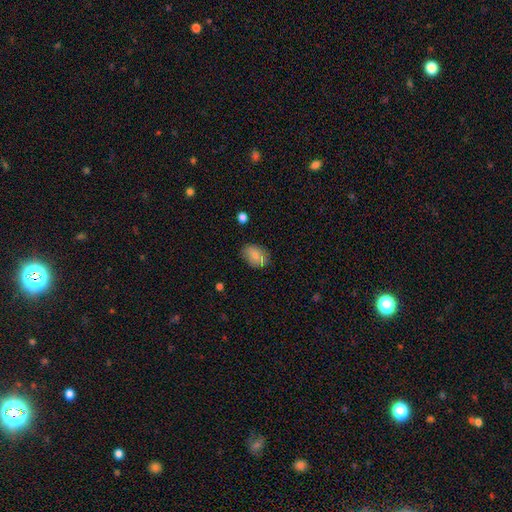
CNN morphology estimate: Smooth or featured? Predicted: smooth (p=0.77). How rounded? Predicted: in between (p=0.82). Merging? Predicted: none (p=0.74).